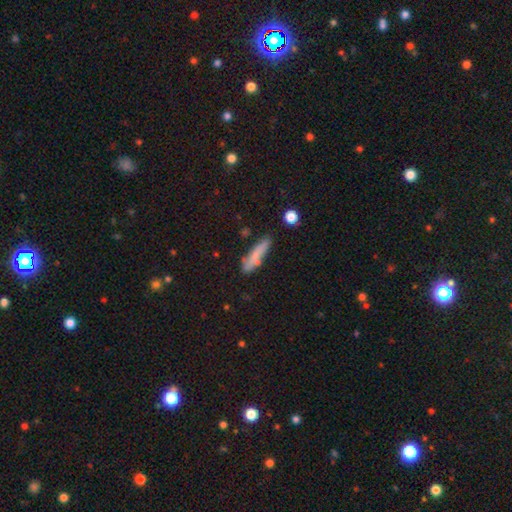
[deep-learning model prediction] Q: Smooth or featured?
A: smooth (73%); runner-up: featured or disk (19%)
Q: How rounded?
A: cigar-shaped (81%); runner-up: in between (17%)
Q: Merging?
A: none (70%); runner-up: minor disturbance (19%)